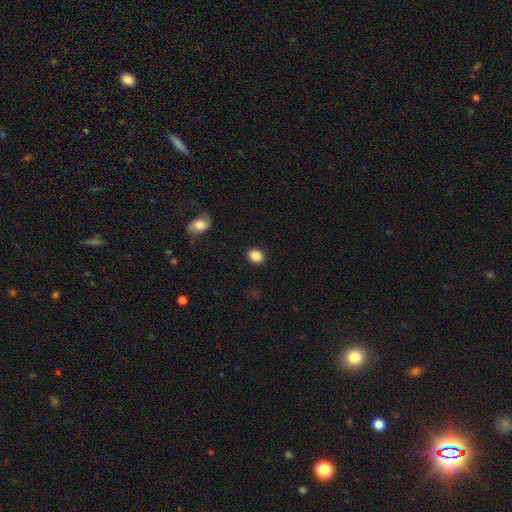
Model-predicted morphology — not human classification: Smooth or featured? smooth (87%)
How rounded? in between (57%)
Merging? none (89%)